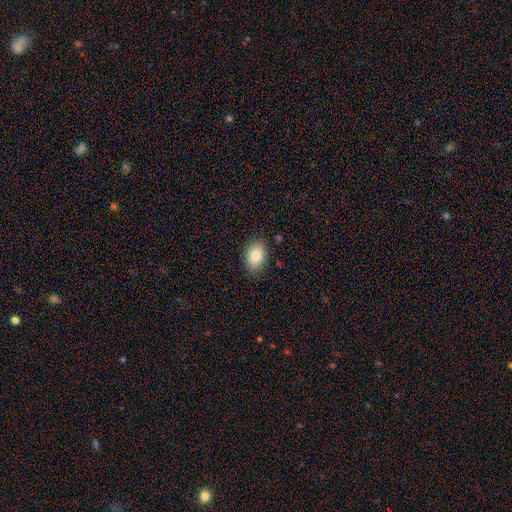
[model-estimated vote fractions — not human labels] Q: Smooth or featured?
A: smooth (83%); runner-up: featured or disk (9%)
Q: How rounded?
A: in between (83%); runner-up: round (16%)
Q: Merging?
A: none (85%); runner-up: minor disturbance (11%)